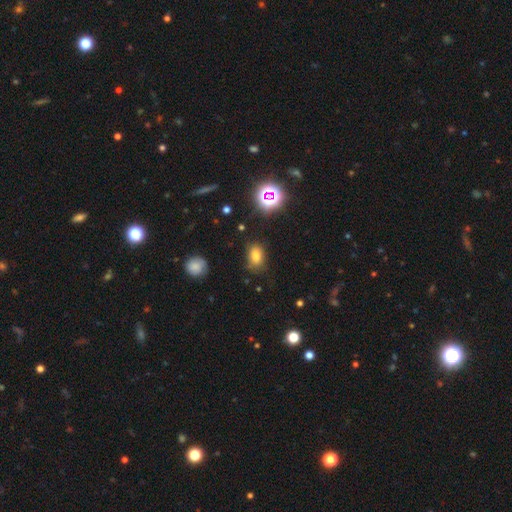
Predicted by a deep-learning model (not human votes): Q: Smooth or featured?
A: smooth (75%); runner-up: star or artifact (17%)
Q: How rounded?
A: in between (79%); runner-up: round (20%)
Q: Merging?
A: none (75%); runner-up: minor disturbance (18%)